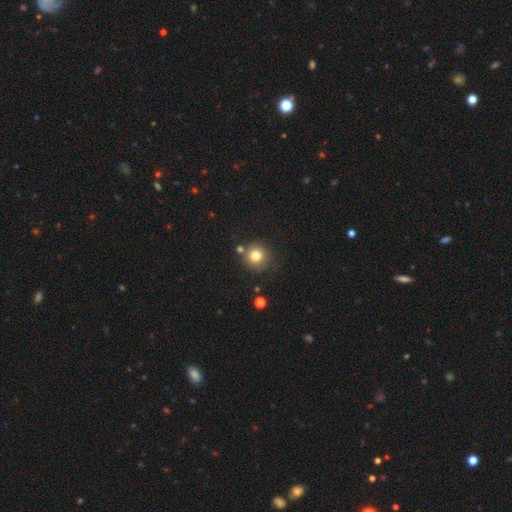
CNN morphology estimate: A smooth galaxy with no disk features (79%) that is round (94%).

Vote fractions:
- Smooth or featured? smooth: 79% / star or artifact: 12% / featured or disk: 9%
- How rounded? round: 94% / in between: 5% / cigar-shaped: 1%
- Merging? none: 77% / minor disturbance: 11% / merger: 9% / major disturbance: 3%